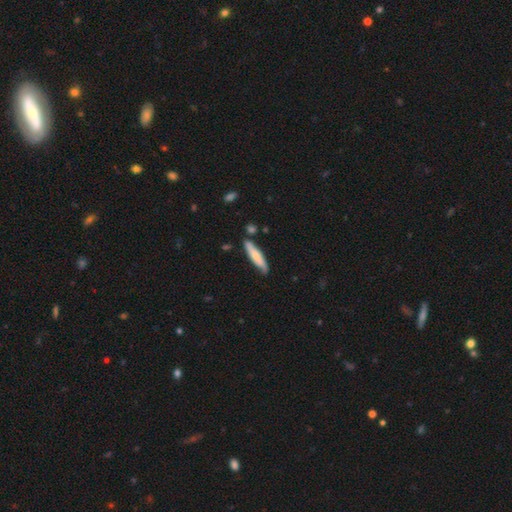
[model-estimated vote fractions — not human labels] smooth_or_featured: smooth (p=0.67) [alt: featured or disk p=0.28]
how_rounded: cigar-shaped (p=0.82) [alt: in between p=0.16]
merging: none (p=0.75) [alt: minor disturbance p=0.17]